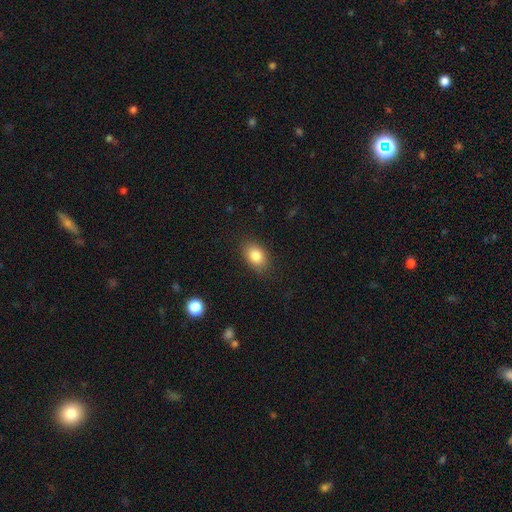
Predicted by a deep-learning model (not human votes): This appears to be a smooth galaxy with no disk features (84%) that is in between round and cigar-shaped (79%). Merging: none (84%).